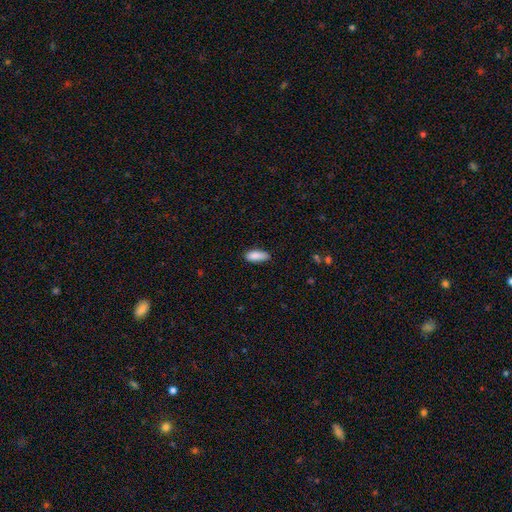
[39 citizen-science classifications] This is clearly a smooth galaxy (92%). How rounded: clearly in between (81%). Merging: likely none (74%).